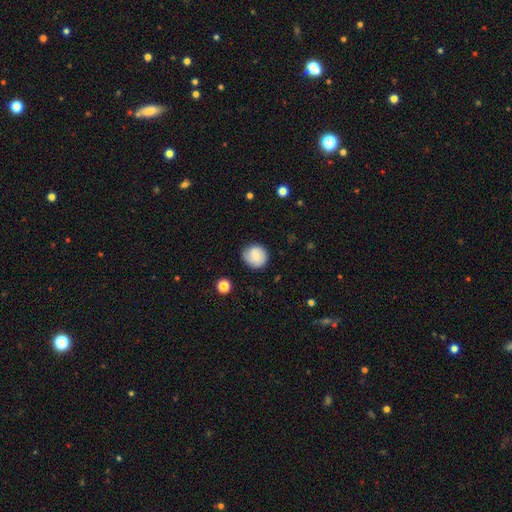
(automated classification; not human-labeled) Smooth or featured? Predicted: smooth (p=0.61). How rounded? Predicted: round (p=0.88). Merging? Predicted: none (p=0.77).